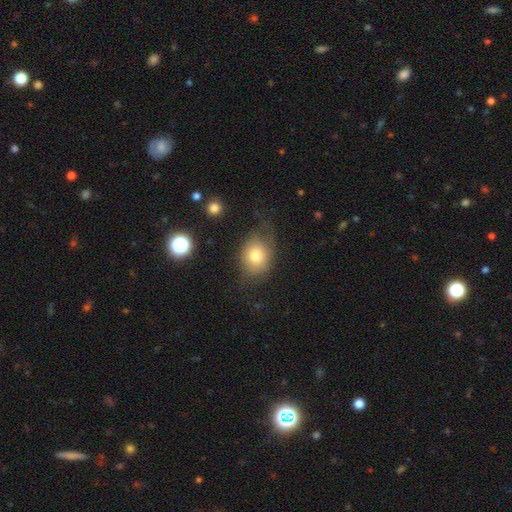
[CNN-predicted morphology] type=smooth (75%); roundness=in between (52%); merging=none (58%).